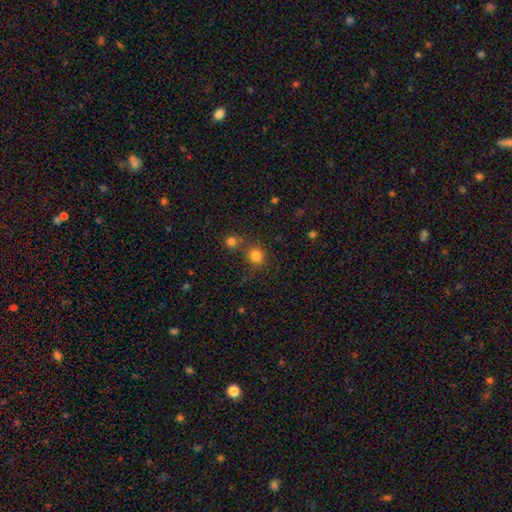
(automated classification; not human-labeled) smooth_or_featured: smooth (p=0.80) [alt: star or artifact p=0.14]
how_rounded: round (p=0.87) [alt: in between p=0.12]
merging: none (p=0.64) [alt: merger p=0.23]